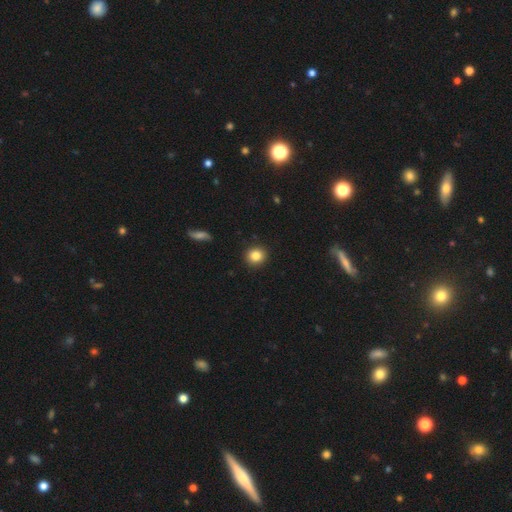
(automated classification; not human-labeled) A smooth galaxy with no disk features (85%) that is round (88%). Merging: none (91%).